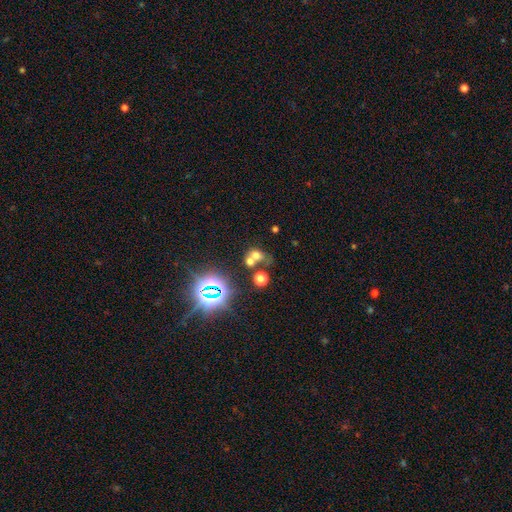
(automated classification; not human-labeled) Smooth or featured?
  - smooth: 53% *
  - star or artifact: 30%
  - featured or disk: 18%
How rounded?
  - round: 61% *
  - in between: 38%
  - cigar-shaped: 2%
Merging?
  - merger: 51% *
  - none: 33%
  - minor disturbance: 9%
  - major disturbance: 8%